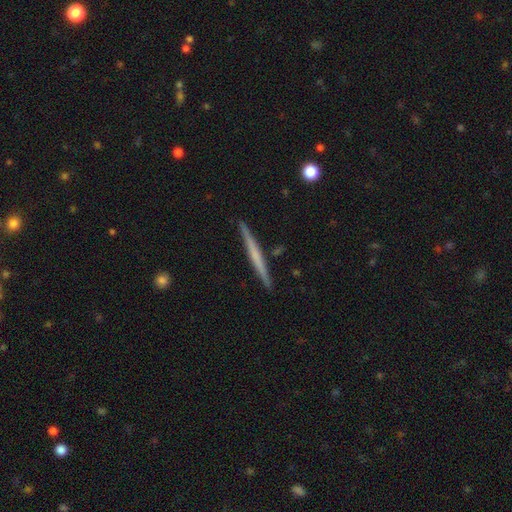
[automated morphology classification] This is possibly a featured or disk galaxy (53%). It is clearly viewed edge-on (98%). Edge-on bulge: likely none (79%). Merging: clearly none (90%).